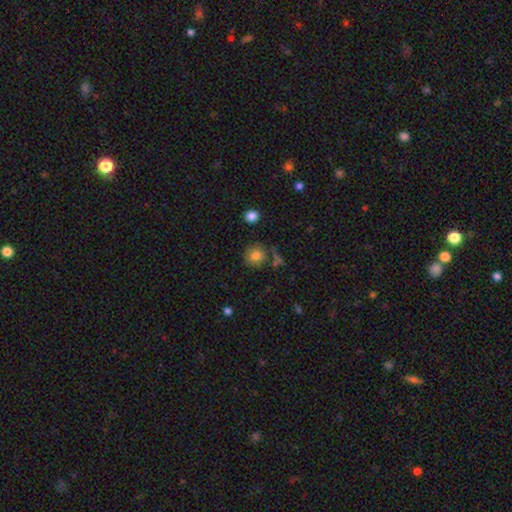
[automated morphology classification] Q: Smooth or featured?
A: smooth (80%); runner-up: star or artifact (11%)
Q: How rounded?
A: round (88%); runner-up: in between (11%)
Q: Merging?
A: none (78%); runner-up: minor disturbance (11%)